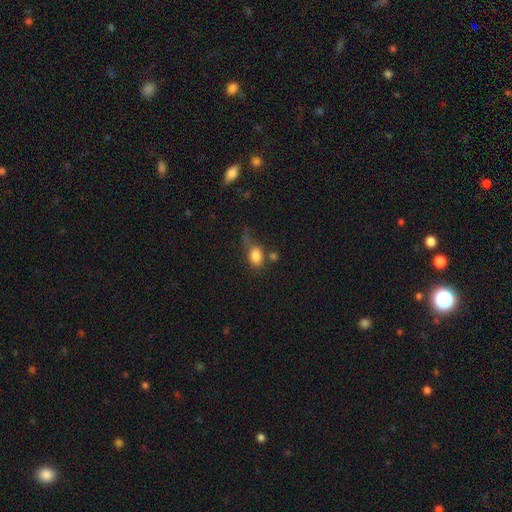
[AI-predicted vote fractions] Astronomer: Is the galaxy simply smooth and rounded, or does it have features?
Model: smooth — 82%.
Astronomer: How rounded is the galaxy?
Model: in between — 71%.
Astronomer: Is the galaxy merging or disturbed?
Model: none — 42% (runner-up: minor disturbance, 26%).